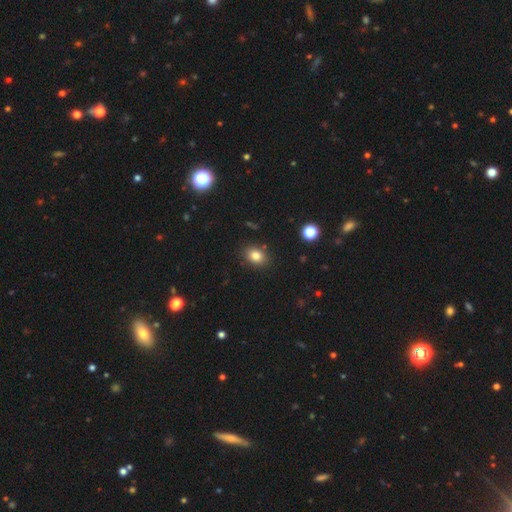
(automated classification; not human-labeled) Smooth or featured?
  - smooth: 83% *
  - star or artifact: 11%
  - featured or disk: 6%
How rounded?
  - in between: 61% *
  - round: 38%
  - cigar-shaped: 1%
Merging?
  - none: 86% *
  - minor disturbance: 9%
  - major disturbance: 2%
  - merger: 2%